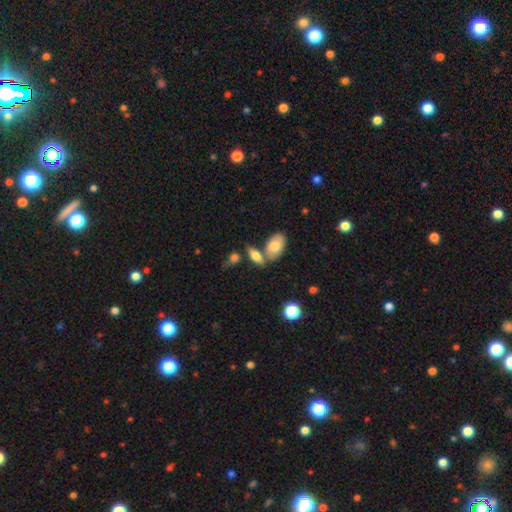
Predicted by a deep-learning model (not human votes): A smooth galaxy with no disk features (69%) that is in between round and cigar-shaped (75%). Merging: none (53%).